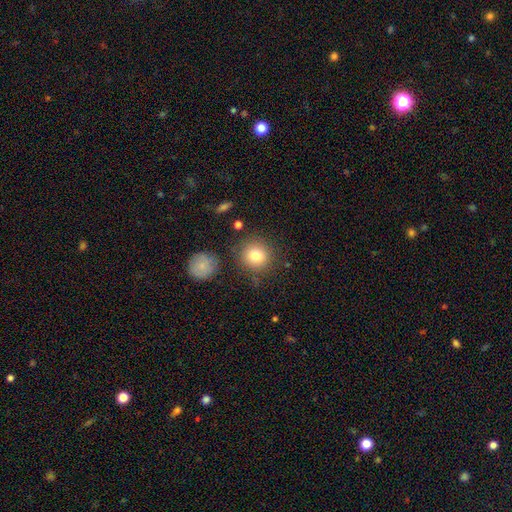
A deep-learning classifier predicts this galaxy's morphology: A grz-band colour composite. It shows a smooth galaxy with no disk features (81%) that is round (91%). Merging: none (81%).